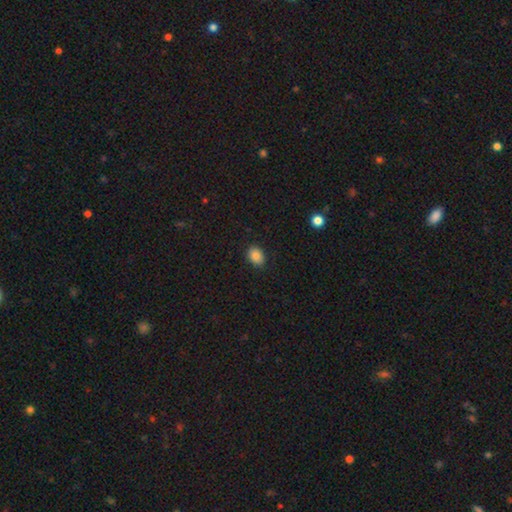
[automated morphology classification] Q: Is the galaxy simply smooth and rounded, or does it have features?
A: smooth — 87%.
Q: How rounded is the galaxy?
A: in between — 67%.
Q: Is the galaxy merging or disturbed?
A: none — 87%.